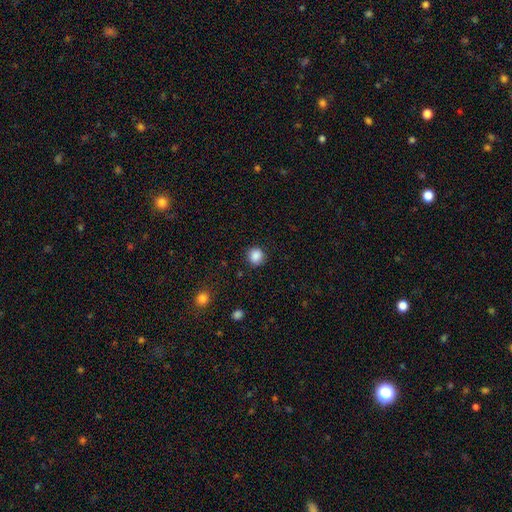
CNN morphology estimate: Smooth or featured? smooth (87%)
How rounded? round (88%)
Merging? none (87%)